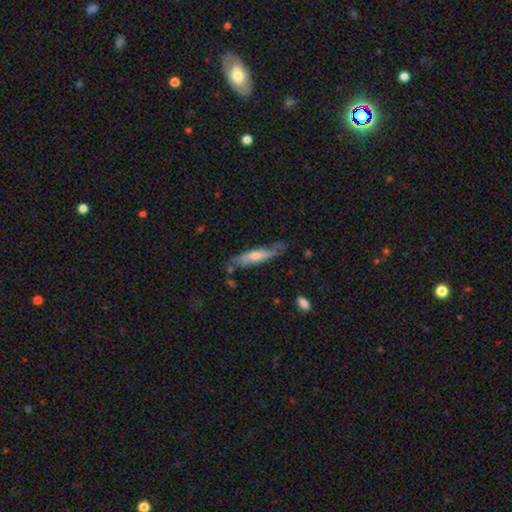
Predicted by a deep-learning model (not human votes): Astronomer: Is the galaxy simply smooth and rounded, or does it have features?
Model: smooth — 47%, tied with featured or disk at 47%.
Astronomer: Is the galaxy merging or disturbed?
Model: none — 69%.